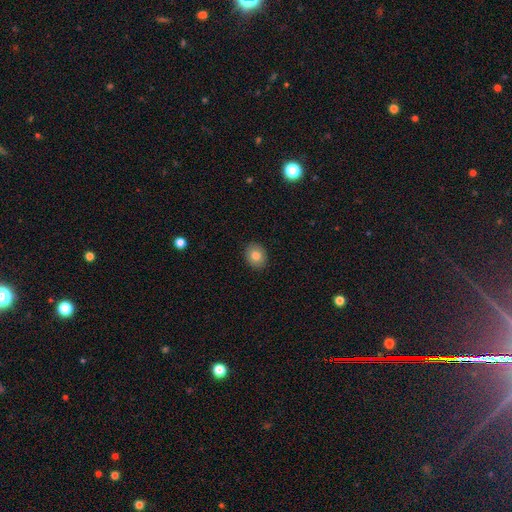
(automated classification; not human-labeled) smooth 82%, featured or disk 9%, star or artifact 9%. Down the decision tree: how rounded — round (51%); merging — none (90%).